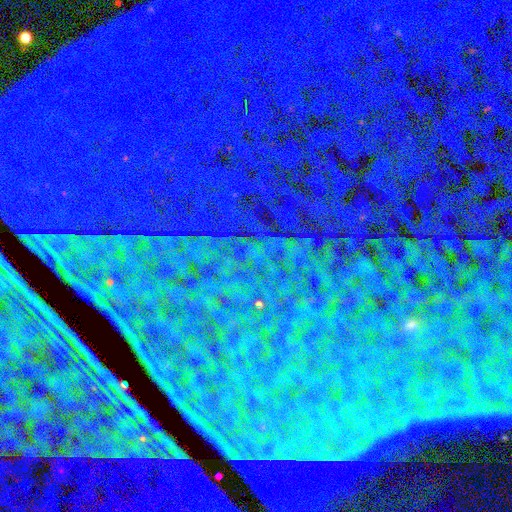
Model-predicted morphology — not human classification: Q: Smooth or featured?
A: star or artifact (87%); runner-up: smooth (7%)